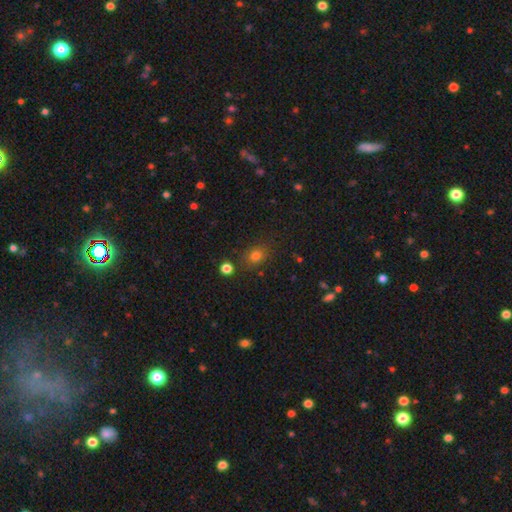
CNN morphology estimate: Smooth or featured? Predicted: smooth (p=0.76). How rounded? Predicted: round (p=0.55). Merging? Predicted: none (p=0.80).